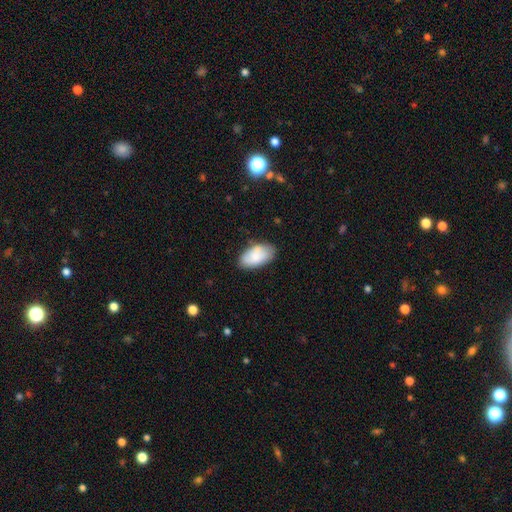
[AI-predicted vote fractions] Smooth or featured? Predicted: smooth (p=0.82). How rounded? Predicted: in between (p=0.95). Merging? Predicted: none (p=0.77).